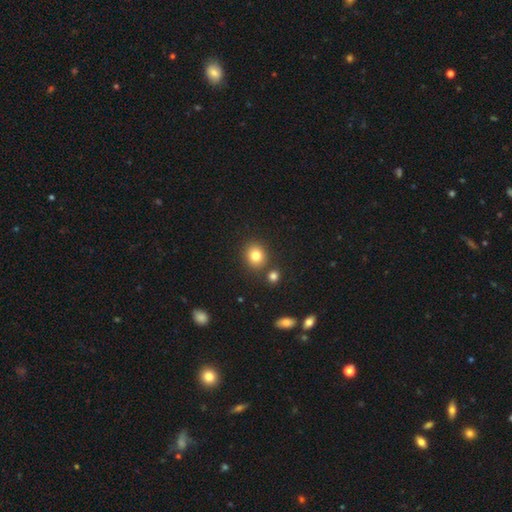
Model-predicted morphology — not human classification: Smooth or featured: smooth — 81% (star or artifact — 12%)
How rounded: round — 78% (in between — 21%)
Merging: none — 80% (merger — 9%)